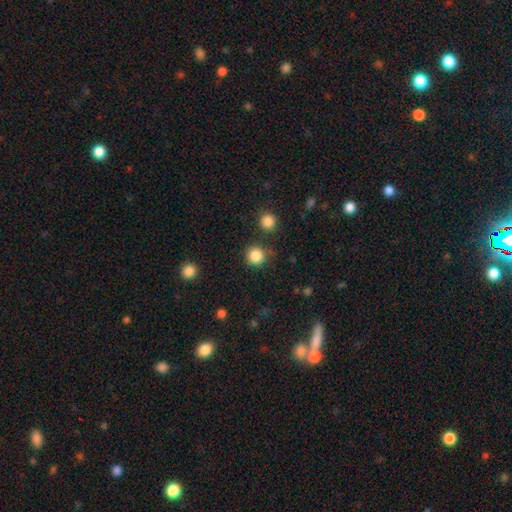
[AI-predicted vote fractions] Smooth or featured? Predicted: smooth (p=0.85). How rounded? Predicted: round (p=0.93). Merging? Predicted: none (p=0.82).